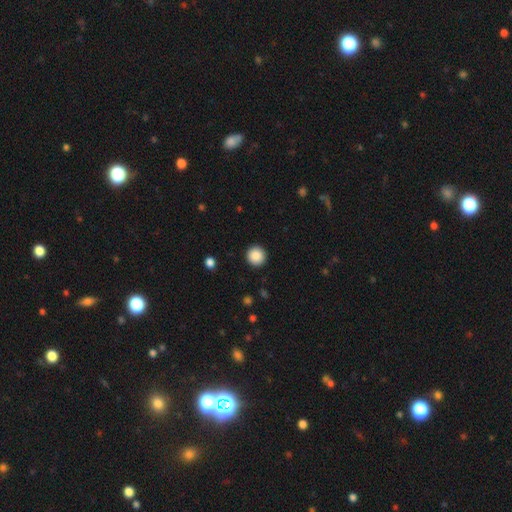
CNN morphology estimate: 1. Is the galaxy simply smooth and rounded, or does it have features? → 88% smooth, 9% star or artifact, 3% featured or disk.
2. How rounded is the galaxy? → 95% round, 4% in between, 1% cigar-shaped.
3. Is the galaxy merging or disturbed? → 92% none, 5% minor disturbance, 2% major disturbance, 1% merger.